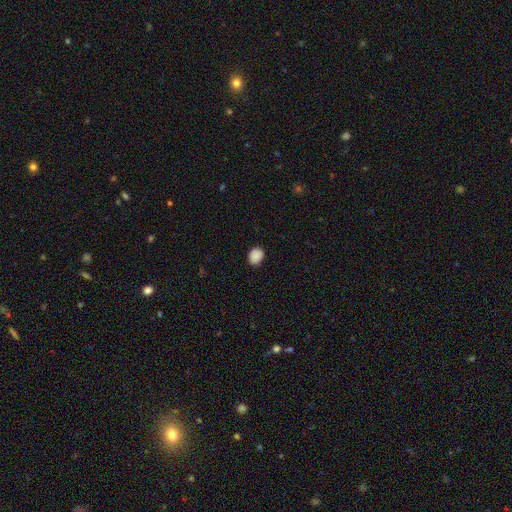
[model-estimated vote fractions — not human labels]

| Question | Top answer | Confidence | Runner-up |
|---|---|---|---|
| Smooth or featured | smooth | 88% | star or artifact (9%) |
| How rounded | round | 52% | in between (47%) |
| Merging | none | 82% | minor disturbance (15%) |